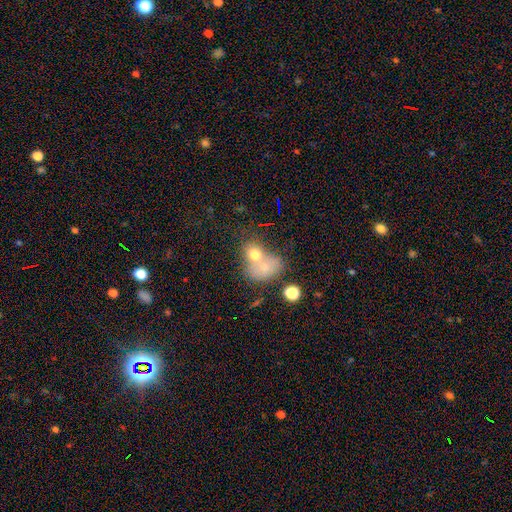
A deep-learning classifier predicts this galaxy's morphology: Overall: smooth (67%). How rounded: in between (56%; round 42%). Merging: merger (62%; none 23%).